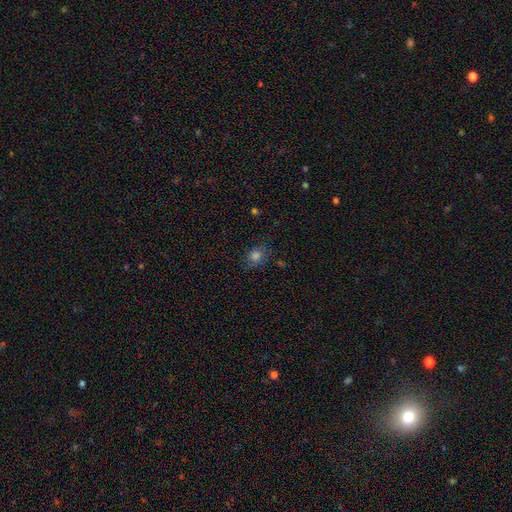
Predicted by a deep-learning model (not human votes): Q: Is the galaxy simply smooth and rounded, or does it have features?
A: smooth — 75%.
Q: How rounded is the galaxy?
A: round — 63%.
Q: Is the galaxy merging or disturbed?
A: none — 80%.